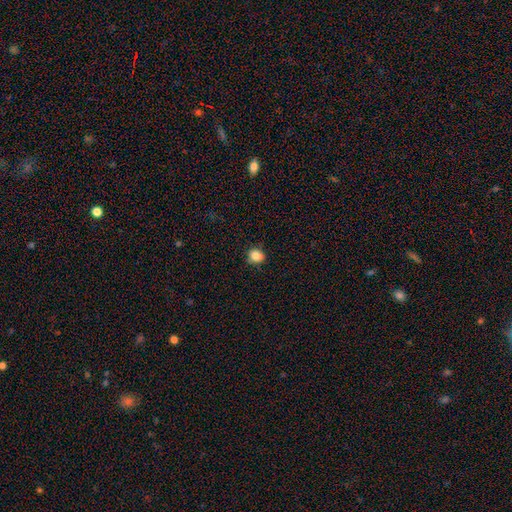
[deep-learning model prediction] This is clearly a smooth galaxy (84%). How rounded: likely round (78%). Merging: clearly none (84%).